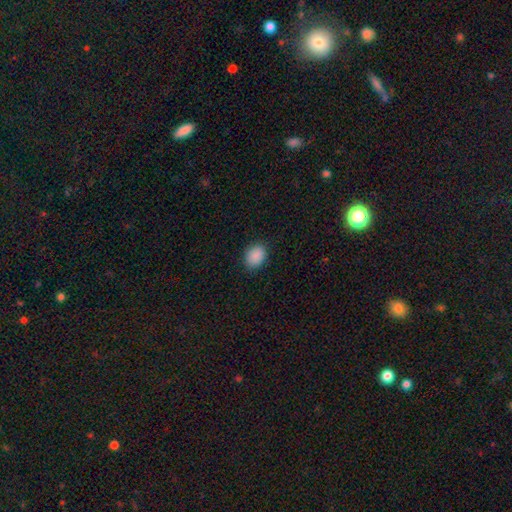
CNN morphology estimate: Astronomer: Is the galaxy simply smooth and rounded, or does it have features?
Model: smooth — 89%.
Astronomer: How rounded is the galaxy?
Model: in between — 62%.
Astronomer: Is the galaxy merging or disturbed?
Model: none — 87%.